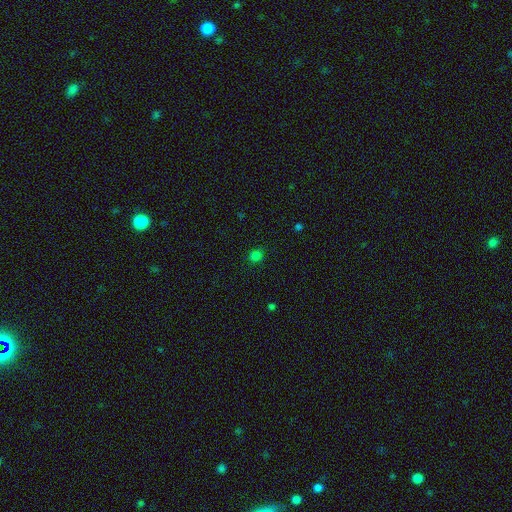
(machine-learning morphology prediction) Smooth or featured? Predicted: smooth (p=0.79). How rounded? Predicted: round (p=0.81). Merging? Predicted: none (p=0.89).